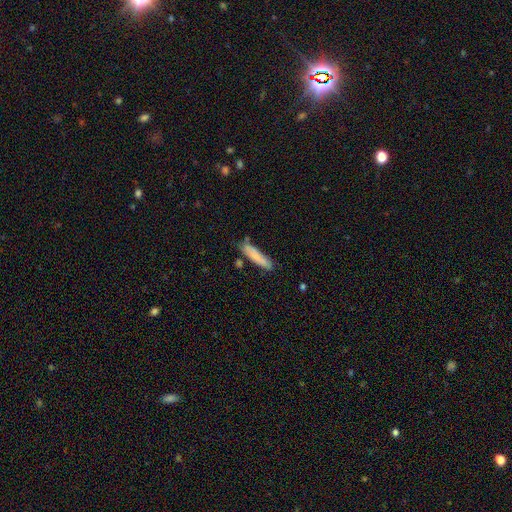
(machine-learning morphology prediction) Smooth or featured? smooth (80%)
How rounded? cigar-shaped (85%)
Merging? none (73%)